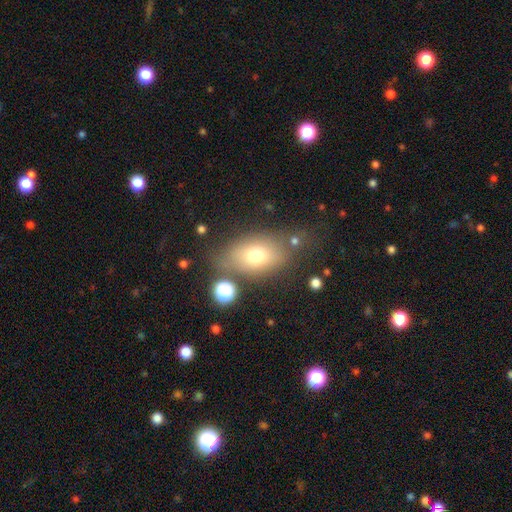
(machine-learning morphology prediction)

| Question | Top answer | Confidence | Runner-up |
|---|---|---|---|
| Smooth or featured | smooth | 71% | featured or disk (17%) |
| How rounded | in between | 78% | round (20%) |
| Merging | none | 66% | minor disturbance (18%) |